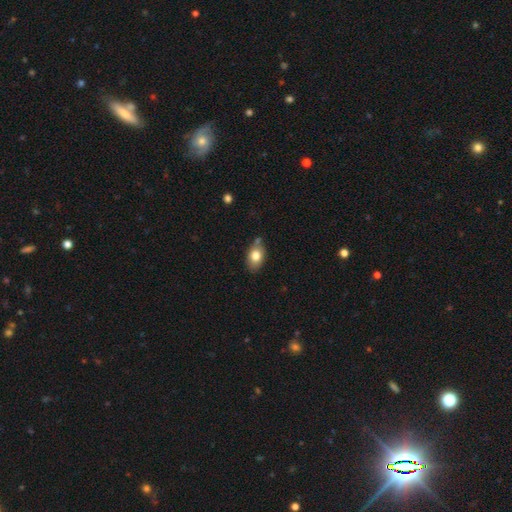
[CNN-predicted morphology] This appears to be a smooth galaxy with no disk features (78%) that is in between round and cigar-shaped (85%). Merging: none (67%).